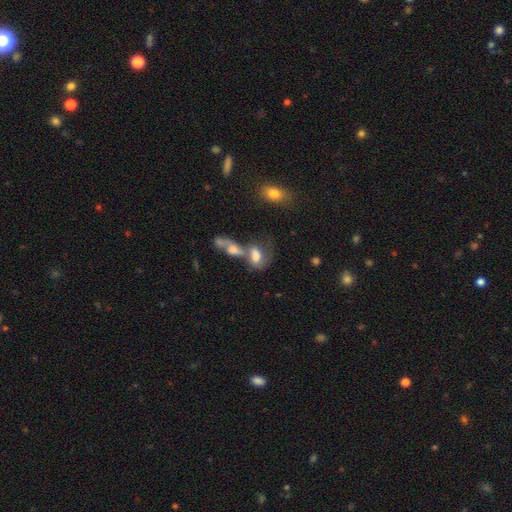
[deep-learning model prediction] Smooth or featured? smooth (64%)
How rounded? in between (82%)
Merging? merger (56%)